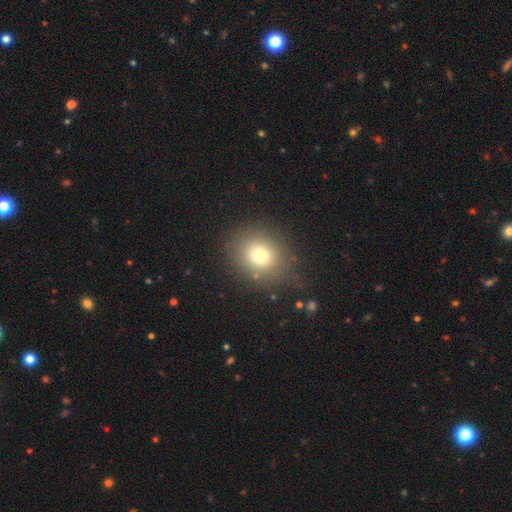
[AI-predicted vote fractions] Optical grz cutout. It shows a smooth galaxy with no disk features (73%) that is round (72%). Merging: none (84%).